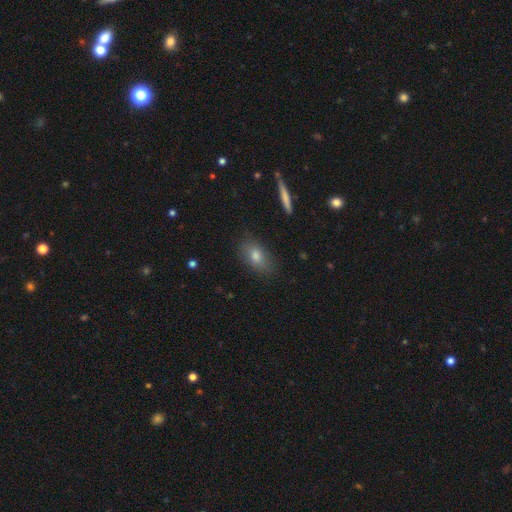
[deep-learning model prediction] This is likely a smooth galaxy (76%). How rounded: clearly in between (84%). Merging: clearly none (84%).